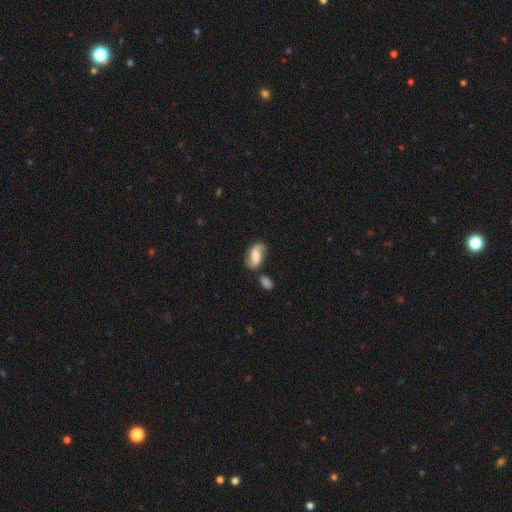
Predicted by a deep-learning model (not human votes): This is possibly a featured or disk galaxy (55%). It is clearly not viewed edge-on (95%). Bar: marginally weak (42%). Spiral arm pattern: clearly yes (90%). Central bulge: marginally moderate (39%). Merging: likely none (64%).